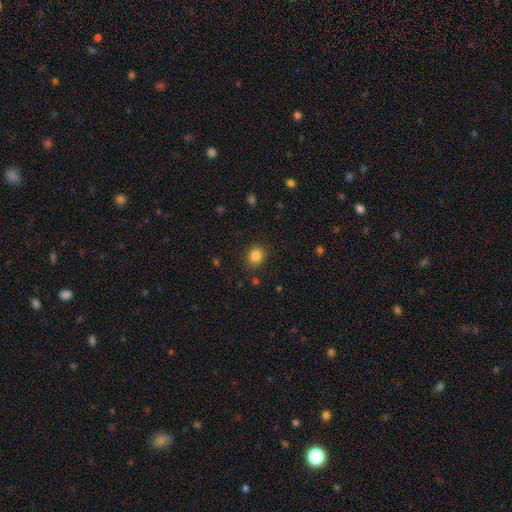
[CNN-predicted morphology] Overall: smooth (83%). How rounded: round (68%; in between 31%). Merging: none (87%).